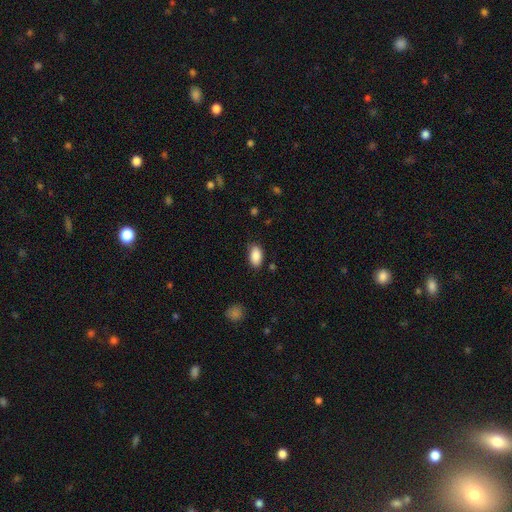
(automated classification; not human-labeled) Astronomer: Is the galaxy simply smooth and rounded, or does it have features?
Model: smooth — 89%.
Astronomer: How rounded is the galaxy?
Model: in between — 93%.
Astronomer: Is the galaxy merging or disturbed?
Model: none — 82%.